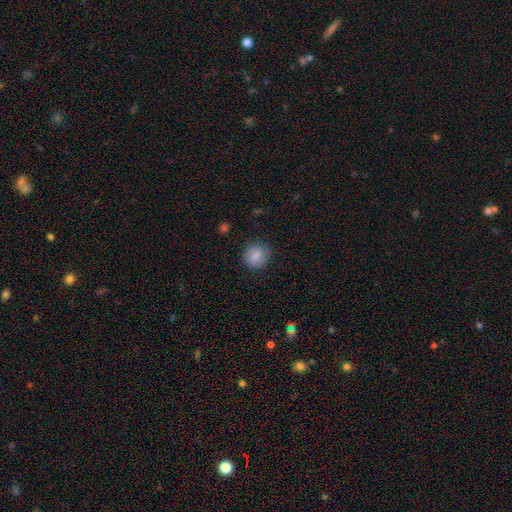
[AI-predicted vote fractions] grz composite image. It shows a smooth galaxy with no disk features (84%) that is round (82%). Merging: none (80%).